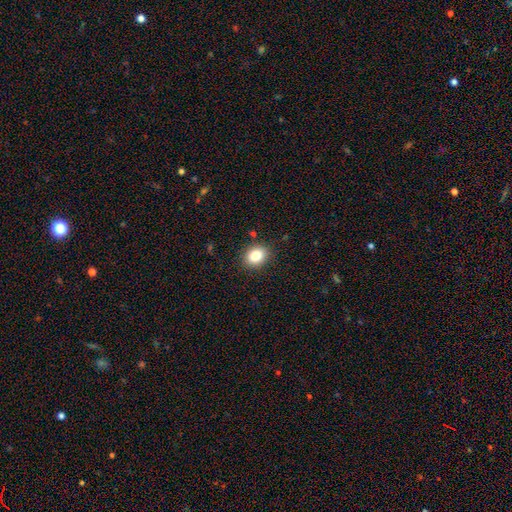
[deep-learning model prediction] This appears to be a smooth galaxy with no disk features (82%) that is in between round and cigar-shaped (51%). Merging: none (88%).